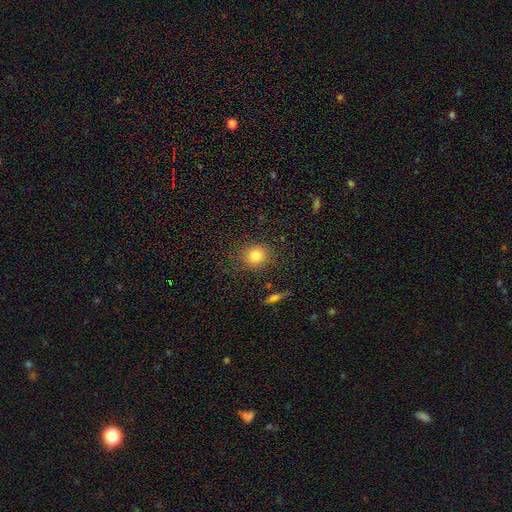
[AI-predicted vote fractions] This appears to be a smooth galaxy with no disk features (81%) that is round (85%). Merging: none (85%).